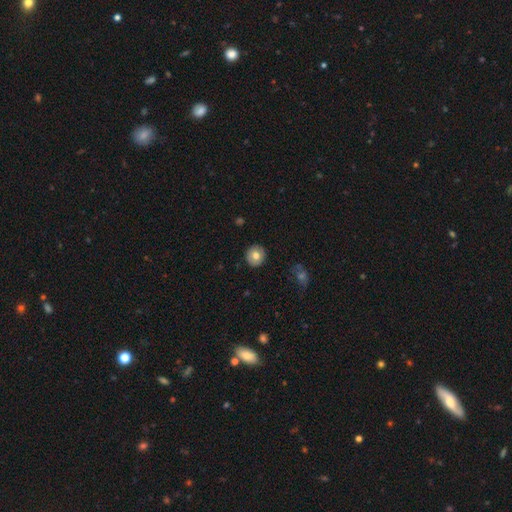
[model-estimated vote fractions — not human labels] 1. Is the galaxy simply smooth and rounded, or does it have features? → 75% smooth, 17% featured or disk, 8% star or artifact.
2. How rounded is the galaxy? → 92% round, 7% in between, 1% cigar-shaped.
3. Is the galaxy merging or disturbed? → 90% none, 7% minor disturbance, 2% major disturbance, 1% merger.